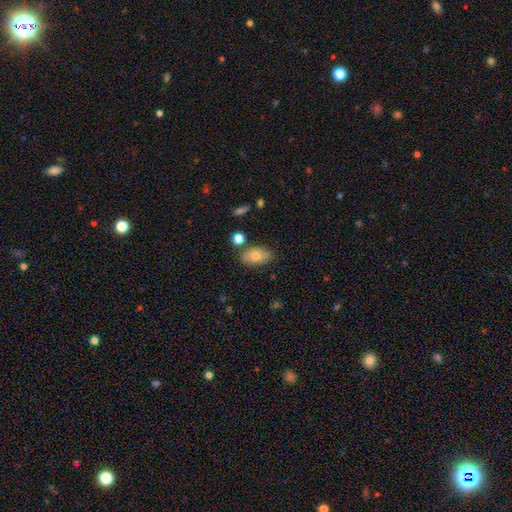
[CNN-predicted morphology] This appears to be a smooth galaxy with no disk features (69%) that is in between round and cigar-shaped (89%). Merging: none (72%).